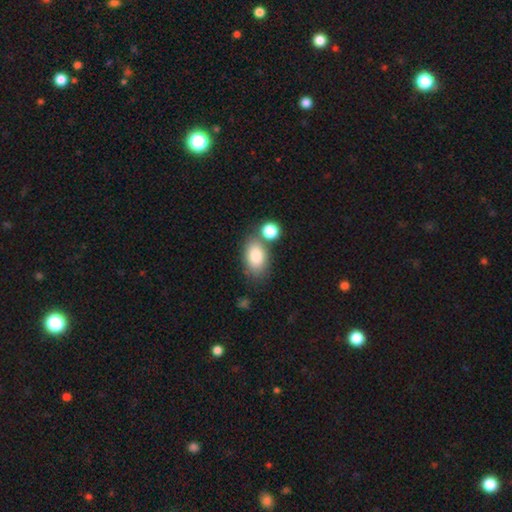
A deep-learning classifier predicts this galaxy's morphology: This appears to be a smooth galaxy with no disk features (83%) that is in between round and cigar-shaped (89%). Merging: none (59%).